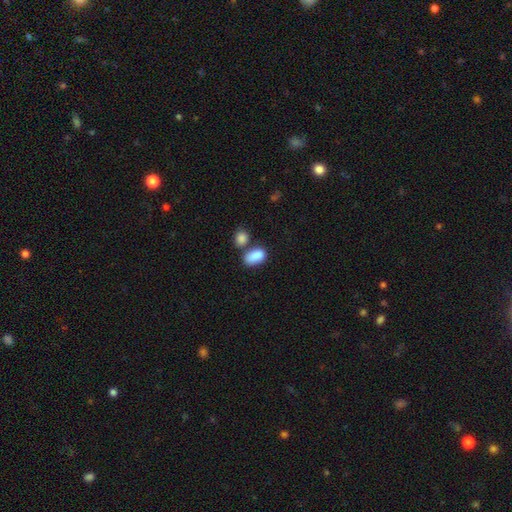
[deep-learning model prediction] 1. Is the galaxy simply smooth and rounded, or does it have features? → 87% smooth, 7% star or artifact, 6% featured or disk.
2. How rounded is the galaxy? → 91% in between, 7% round, 2% cigar-shaped.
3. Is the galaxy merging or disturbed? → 46% none, 33% merger, 15% minor disturbance, 6% major disturbance.